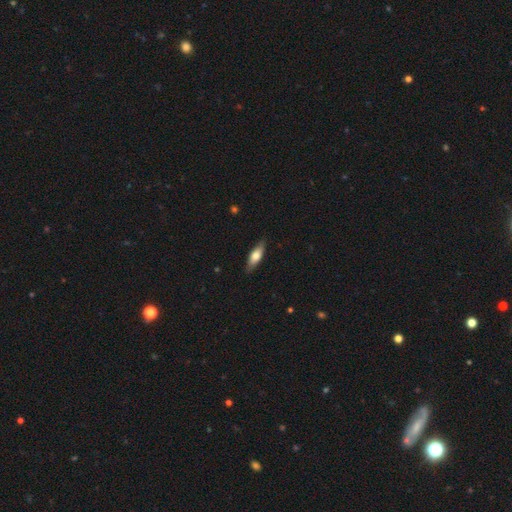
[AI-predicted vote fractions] smooth_or_featured: smooth (p=0.62) [alt: featured or disk p=0.32]
how_rounded: in between (p=0.53) [alt: cigar-shaped p=0.45]
merging: none (p=0.85) [alt: minor disturbance p=0.12]